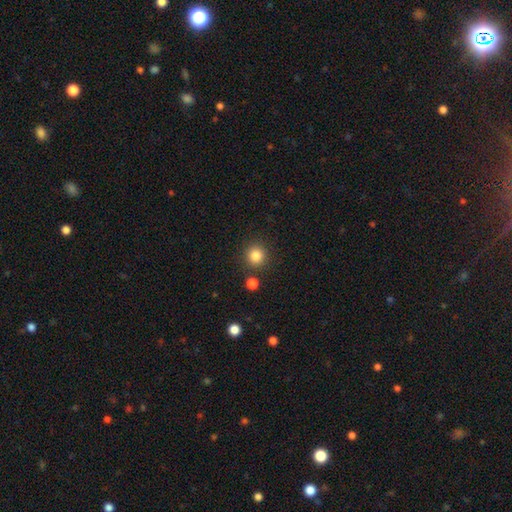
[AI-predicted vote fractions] smooth-or-featured: smooth: 85% | star or artifact: 11% | featured or disk: 4%
  how-rounded: round: 93% | in between: 6% | cigar-shaped: 1%
  merging: none: 87% | minor disturbance: 7% | merger: 4% | major disturbance: 2%